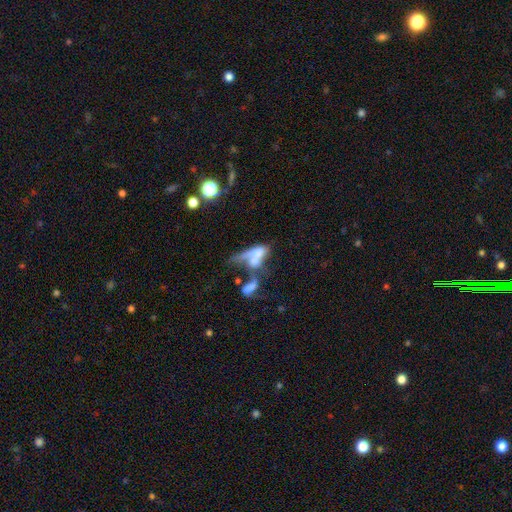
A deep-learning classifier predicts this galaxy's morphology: A featured or disk galaxy (44%).

Vote fractions:
- Smooth or featured? featured or disk: 44% / smooth: 43% / star or artifact: 12%
- Merging? merger: 64% / major disturbance: 21% / none: 9% / minor disturbance: 6%